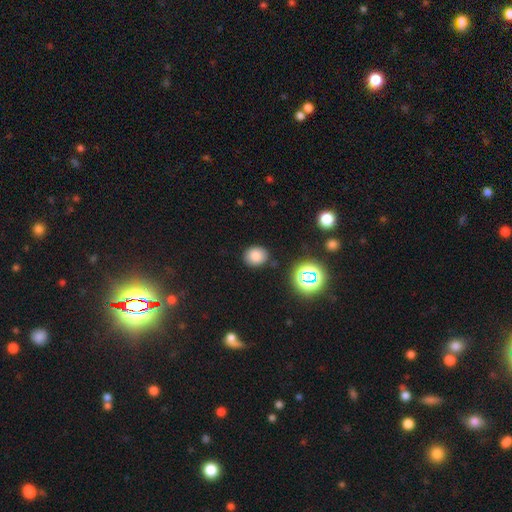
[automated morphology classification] Smooth or featured? smooth (77%)
How rounded? round (71%)
Merging? none (86%)